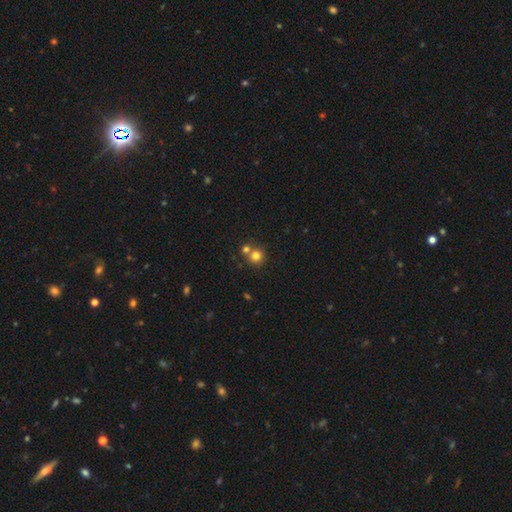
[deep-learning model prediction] The model was most divided on "merging": none: 58%, merger: 33%, minor disturbance: 7%, major disturbance: 3%. More confident: how rounded — round (90%); smooth or featured — smooth (77%).